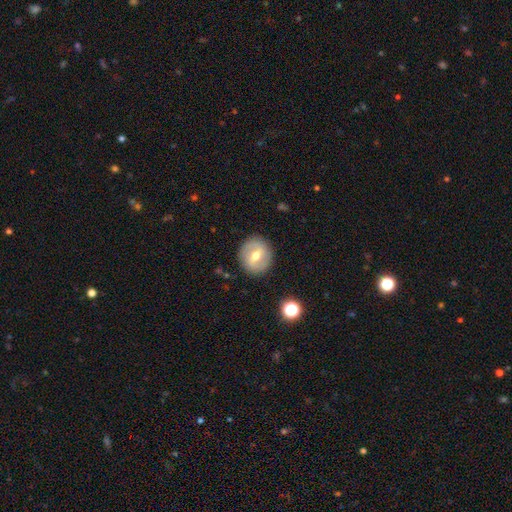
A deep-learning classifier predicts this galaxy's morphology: A featured or disk galaxy (47%). Merging: none (88%).